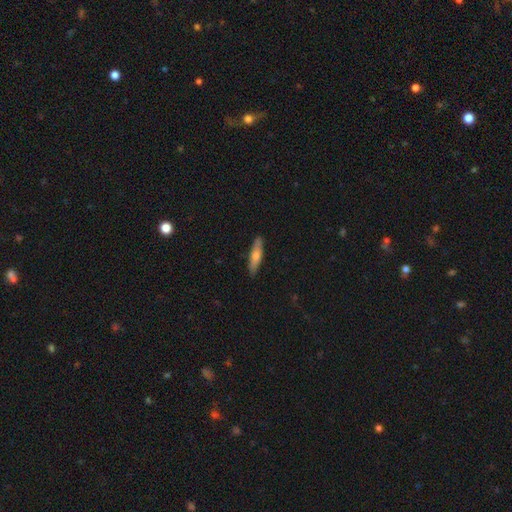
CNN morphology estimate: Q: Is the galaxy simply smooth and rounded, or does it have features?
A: smooth — 56%.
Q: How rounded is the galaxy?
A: cigar-shaped — 82%.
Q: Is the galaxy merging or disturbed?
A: none — 89%.